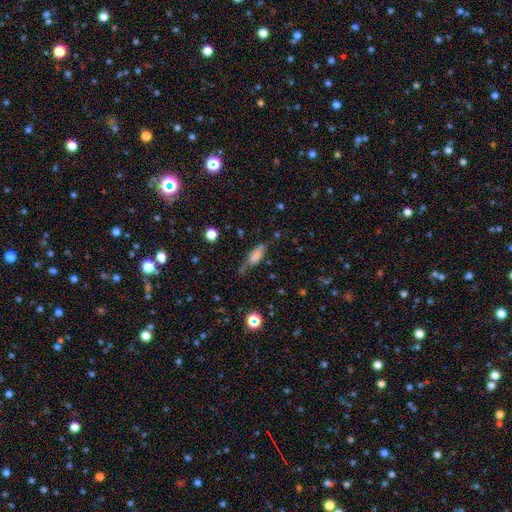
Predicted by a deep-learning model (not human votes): Q: Smooth or featured?
A: smooth (76%); runner-up: featured or disk (13%)
Q: How rounded?
A: in between (71%); runner-up: cigar-shaped (25%)
Q: Merging?
A: none (51%); runner-up: minor disturbance (31%)